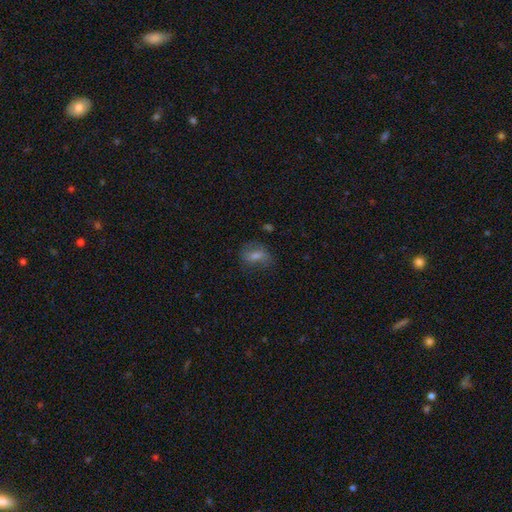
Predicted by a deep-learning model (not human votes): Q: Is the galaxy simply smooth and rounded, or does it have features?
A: smooth — 52%.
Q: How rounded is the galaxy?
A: in between — 69%.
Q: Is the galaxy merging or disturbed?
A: none — 64%.